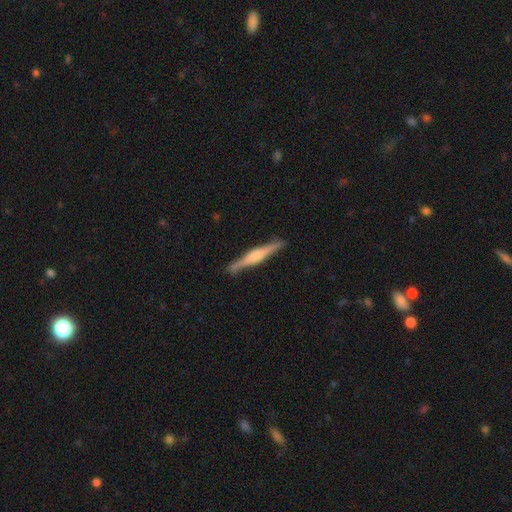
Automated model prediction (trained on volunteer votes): Smooth or featured: featured or disk — 67% (smooth — 27%)
Edge-on disk: yes — 98% (no — 2%)
Edge-on bulge: rounded — 56% (boxy — 34%)
Merging: none — 88% (minor disturbance — 9%)